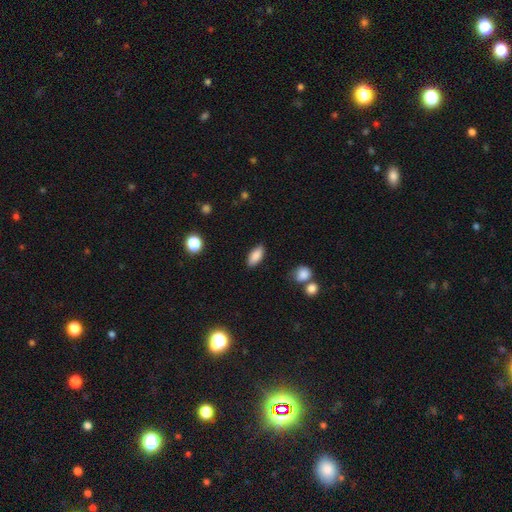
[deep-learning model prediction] Smooth or featured? smooth (87%)
How rounded? in between (86%)
Merging? none (86%)